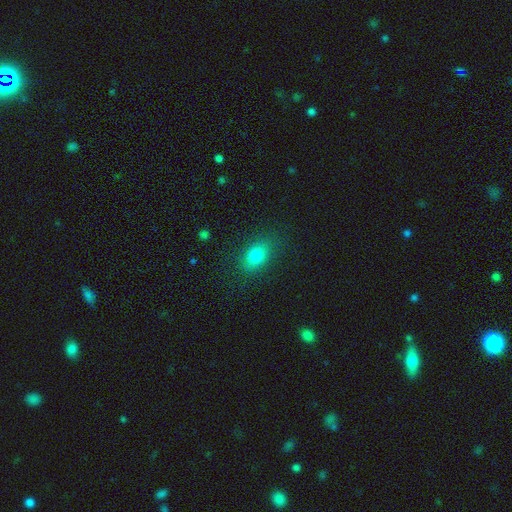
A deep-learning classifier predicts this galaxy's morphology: This is likely a smooth galaxy (78%). How rounded: likely in between (73%). Merging: clearly none (83%).